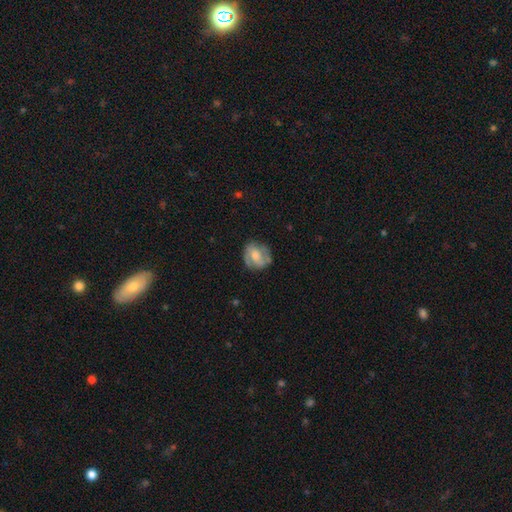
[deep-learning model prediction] Morphology: type=featured or disk (56%); edge-on=no (97%); bar=no (47%); spiral arms=yes (79%); bulge=moderate (44%); merging=none (69%).